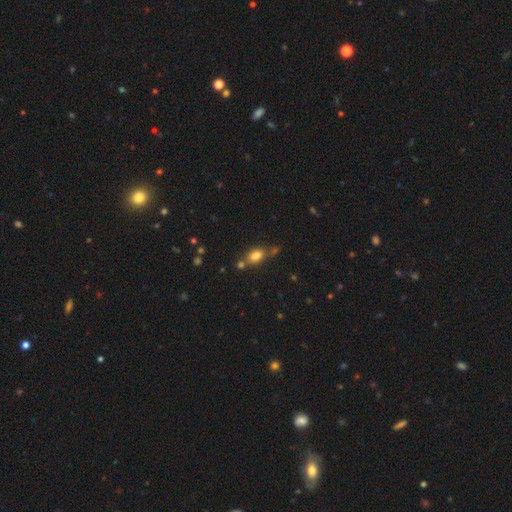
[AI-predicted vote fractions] Q: Smooth or featured?
A: smooth (81%); runner-up: star or artifact (11%)
Q: How rounded?
A: in between (83%); runner-up: round (11%)
Q: Merging?
A: none (53%); runner-up: merger (23%)